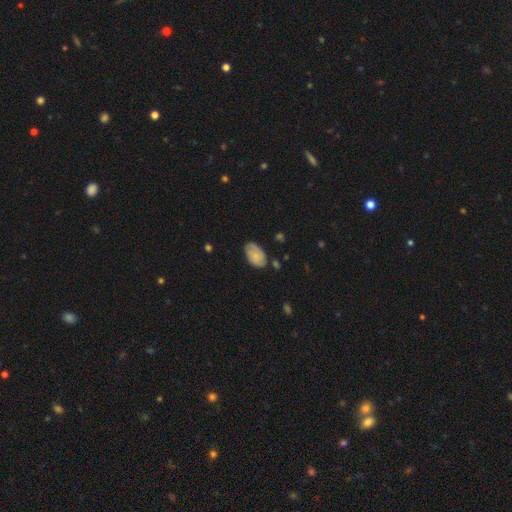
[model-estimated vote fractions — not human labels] A smooth galaxy with no disk features (63%) that is in between round and cigar-shaped (92%). Merging: none (66%).